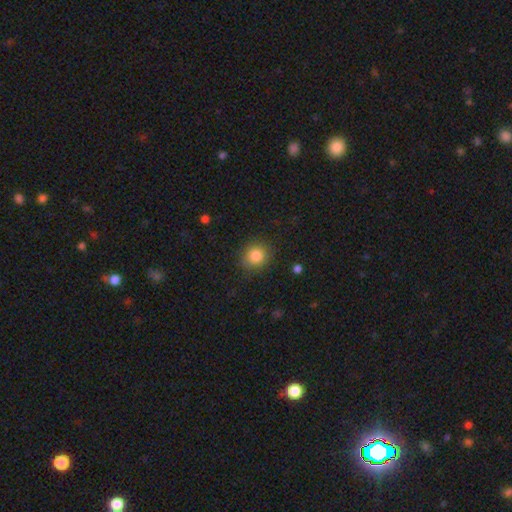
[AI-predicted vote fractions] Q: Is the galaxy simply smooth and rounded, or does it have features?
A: smooth — 85%.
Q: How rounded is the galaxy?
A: round — 86%.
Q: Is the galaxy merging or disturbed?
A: none — 86%.